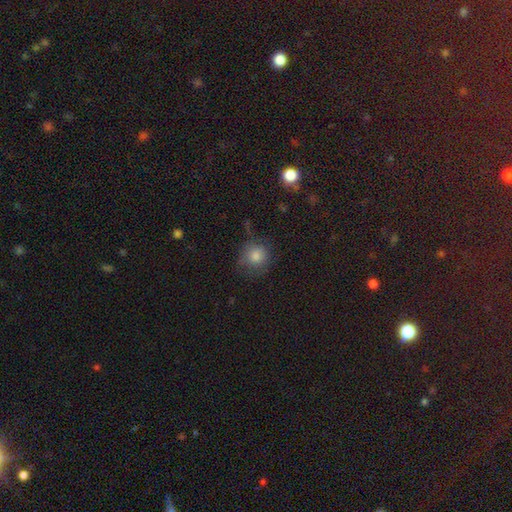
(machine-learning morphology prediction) Smooth or featured? Predicted: smooth (p=0.79). How rounded? Predicted: round (p=0.88). Merging? Predicted: none (p=0.66).